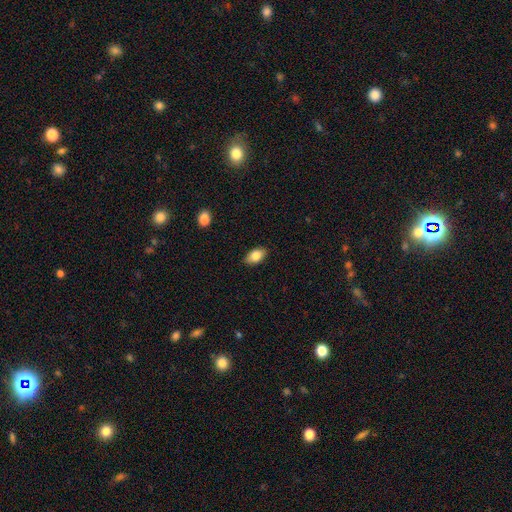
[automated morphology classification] Q: Smooth or featured?
A: smooth (83%); runner-up: featured or disk (10%)
Q: How rounded?
A: in between (91%); runner-up: round (6%)
Q: Merging?
A: none (87%); runner-up: minor disturbance (10%)